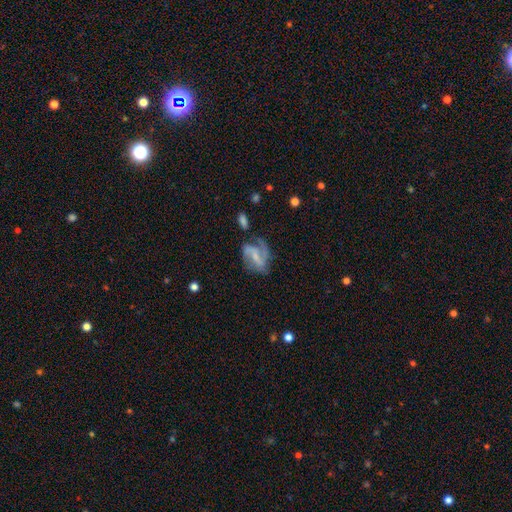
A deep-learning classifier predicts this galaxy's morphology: Smooth or featured? featured or disk (77%)
Edge-on disk? no (97%)
Bar? weak (46%)
Spiral arms? yes (91%)
Spiral winding? medium (45%)
Spiral arm count? 2 (60%)
Bulge size? small (50%)
Merging? none (45%)